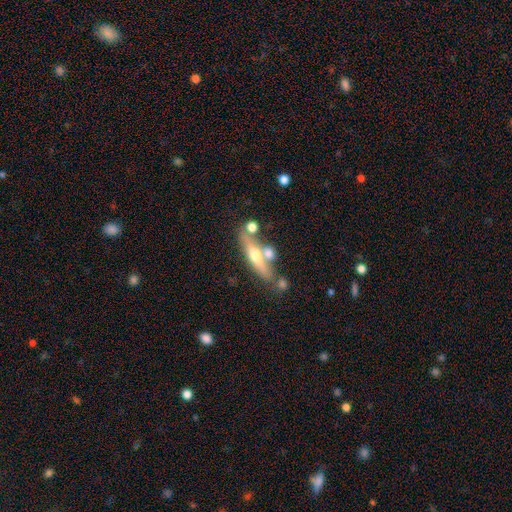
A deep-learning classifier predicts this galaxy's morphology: type=featured or disk (55%); edge-on=yes (85%); merging=none (59%).